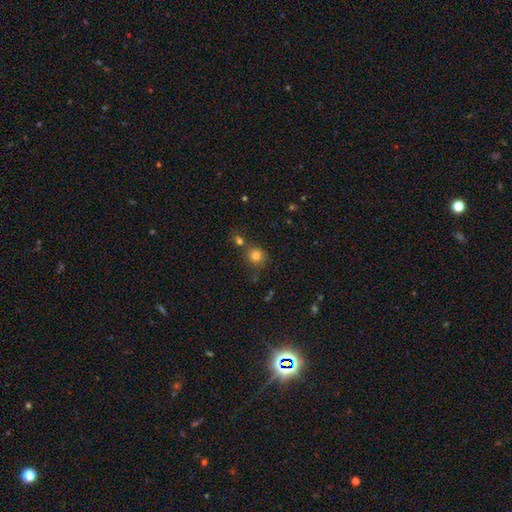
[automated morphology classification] This appears to be a smooth galaxy with no disk features (81%) that is round (87%). Merging: none (65%).